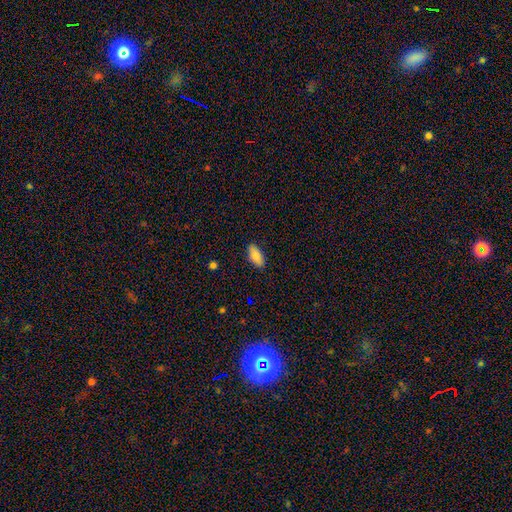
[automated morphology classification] Smooth or featured?
  - smooth: 83% *
  - featured or disk: 10%
  - star or artifact: 7%
How rounded?
  - in between: 87% *
  - cigar-shaped: 11%
  - round: 2%
Merging?
  - none: 88% *
  - minor disturbance: 9%
  - major disturbance: 2%
  - merger: 1%